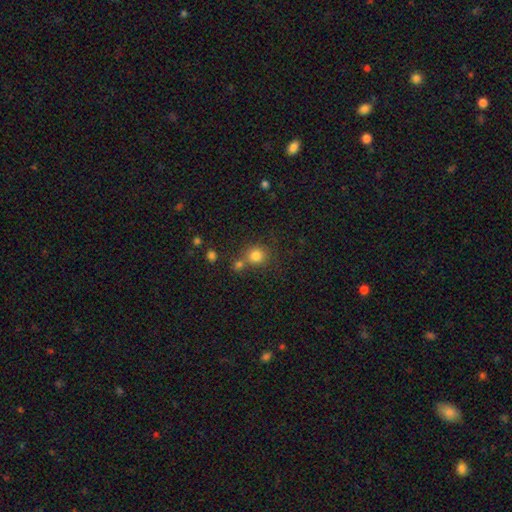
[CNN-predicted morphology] Q: Smooth or featured?
A: smooth (81%); runner-up: star or artifact (13%)
Q: How rounded?
A: round (87%); runner-up: in between (12%)
Q: Merging?
A: none (59%); runner-up: merger (27%)